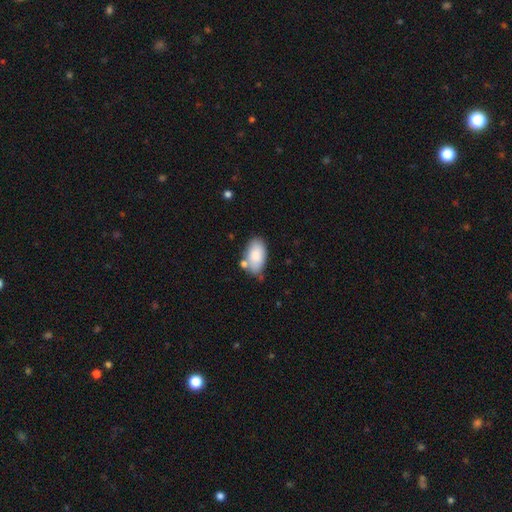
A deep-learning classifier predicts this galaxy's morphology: Q: Smooth or featured?
A: smooth (85%); runner-up: featured or disk (9%)
Q: How rounded?
A: in between (94%); runner-up: round (4%)
Q: Merging?
A: none (66%); runner-up: minor disturbance (19%)